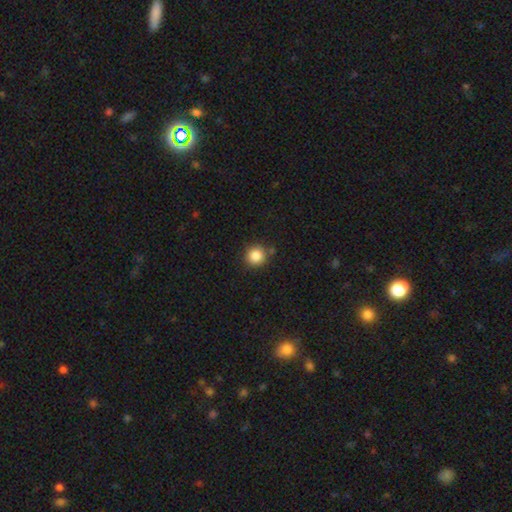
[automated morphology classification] Smooth or featured: smooth — 86% (star or artifact — 10%)
How rounded: round — 92% (in between — 7%)
Merging: none — 84% (minor disturbance — 9%)